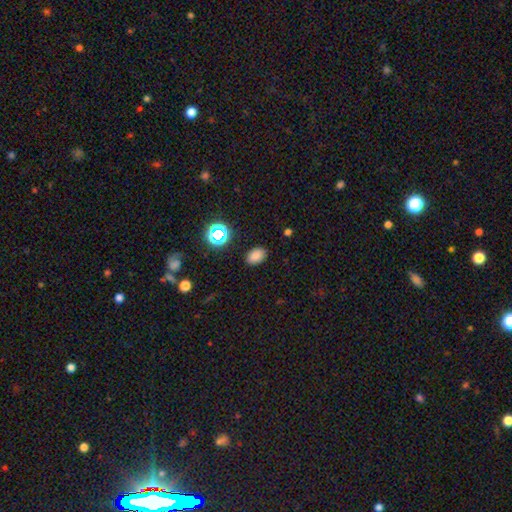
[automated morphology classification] This appears to be a smooth galaxy with no disk features (80%) that is in between round and cigar-shaped (82%). Merging: none (87%).